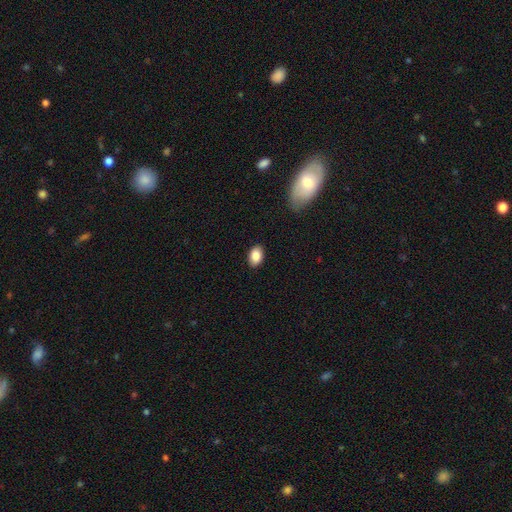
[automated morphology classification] The model was most divided on "how rounded": in between: 86%, round: 13%, cigar-shaped: 1%. More confident: merging — none (89%); smooth or featured — smooth (87%).